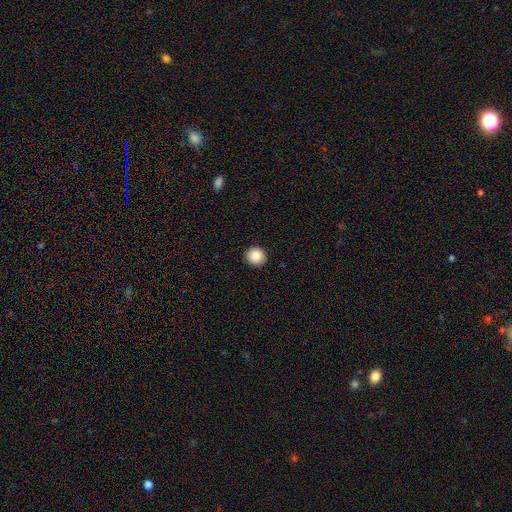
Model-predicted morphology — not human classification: The model was most divided on "smooth or featured": smooth: 88%, star or artifact: 9%, featured or disk: 3%. More confident: merging — none (91%); how rounded — round (90%).